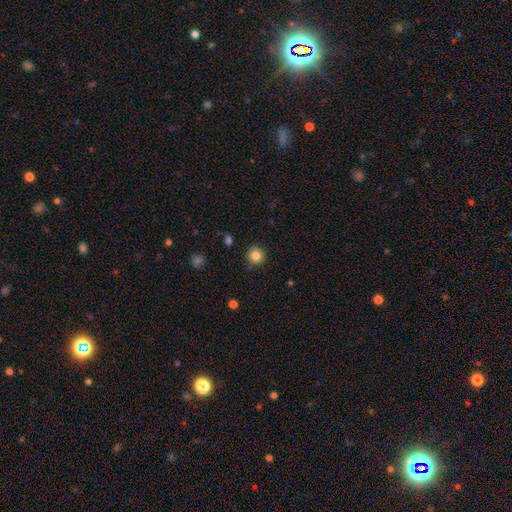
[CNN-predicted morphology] Smooth or featured: smooth — 84% (star or artifact — 11%)
How rounded: round — 94% (in between — 5%)
Merging: none — 89% (minor disturbance — 7%)